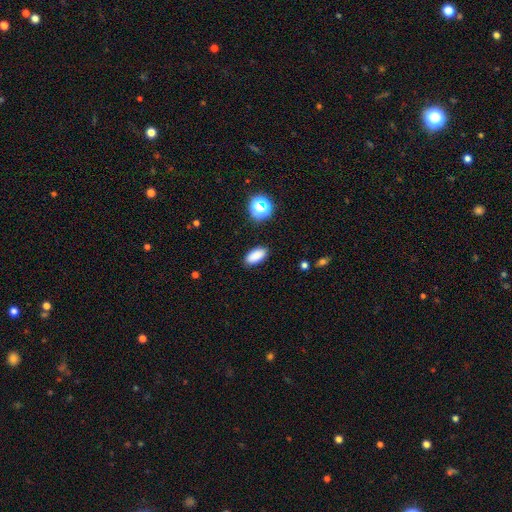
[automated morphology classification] Q: Smooth or featured?
A: smooth (86%); runner-up: star or artifact (10%)
Q: How rounded?
A: in between (90%); runner-up: cigar-shaped (6%)
Q: Merging?
A: none (89%); runner-up: minor disturbance (8%)